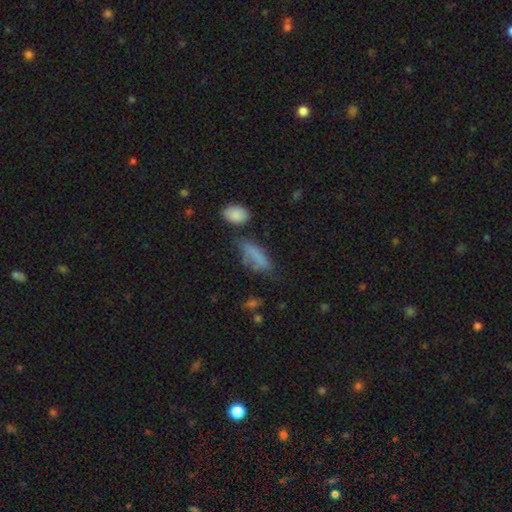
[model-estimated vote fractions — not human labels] Q: Smooth or featured?
A: smooth (74%); runner-up: featured or disk (14%)
Q: How rounded?
A: in between (58%); runner-up: cigar-shaped (37%)
Q: Merging?
A: none (47%); runner-up: minor disturbance (27%)